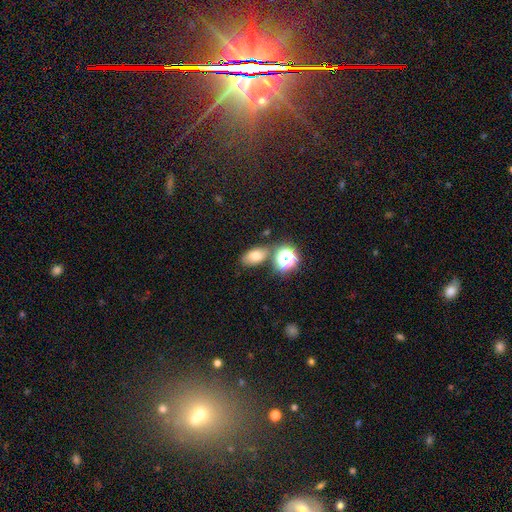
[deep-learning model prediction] Morphology: type=smooth (70%); roundness=in between (81%); merging=none (72%).